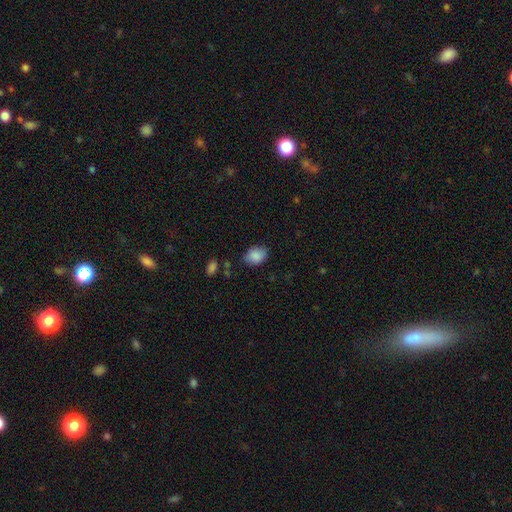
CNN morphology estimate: Overall: smooth (88%). How rounded: in between (73%). Merging: none (77%).